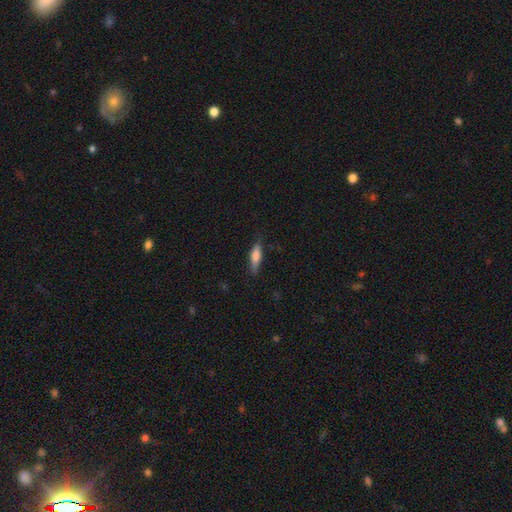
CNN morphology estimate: smooth_or_featured: smooth (p=0.70) [alt: featured or disk p=0.23]
how_rounded: cigar-shaped (p=0.60) [alt: in between p=0.38]
merging: none (p=0.76) [alt: minor disturbance p=0.19]